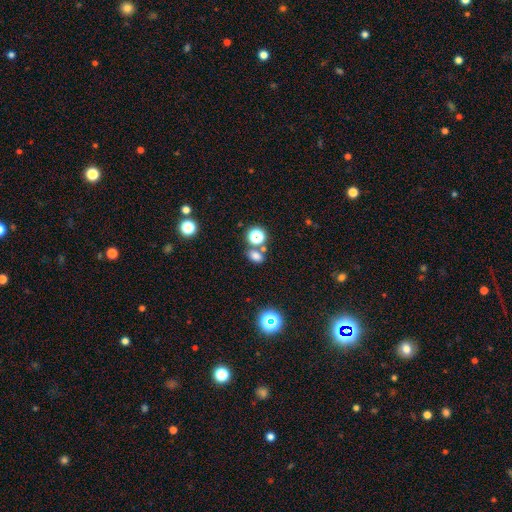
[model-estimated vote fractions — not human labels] Overall: smooth (71%). How rounded: in between (66%; round 32%). Merging: none (69%).